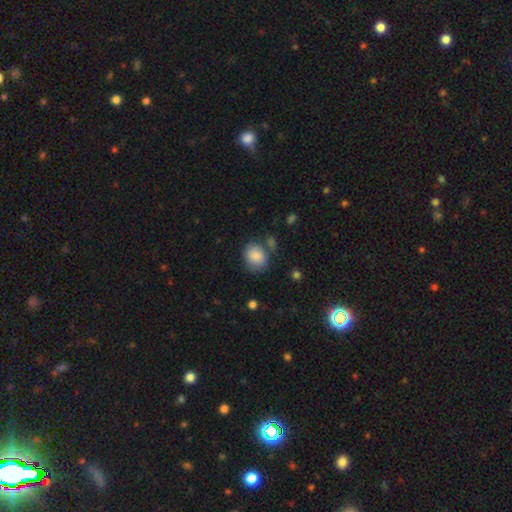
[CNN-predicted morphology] Smooth or featured?
  - smooth: 84% *
  - featured or disk: 8%
  - star or artifact: 8%
How rounded?
  - round: 62% *
  - in between: 37%
  - cigar-shaped: 1%
Merging?
  - none: 66% *
  - minor disturbance: 19%
  - merger: 9%
  - major disturbance: 6%